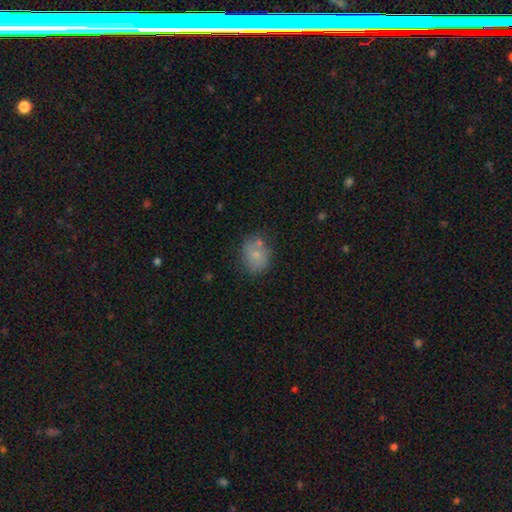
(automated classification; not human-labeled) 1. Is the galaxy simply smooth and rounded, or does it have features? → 74% smooth, 17% featured or disk, 9% star or artifact.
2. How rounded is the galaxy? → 51% round, 48% in between, 1% cigar-shaped.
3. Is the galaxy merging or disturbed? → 64% none, 19% minor disturbance, 12% merger, 5% major disturbance.